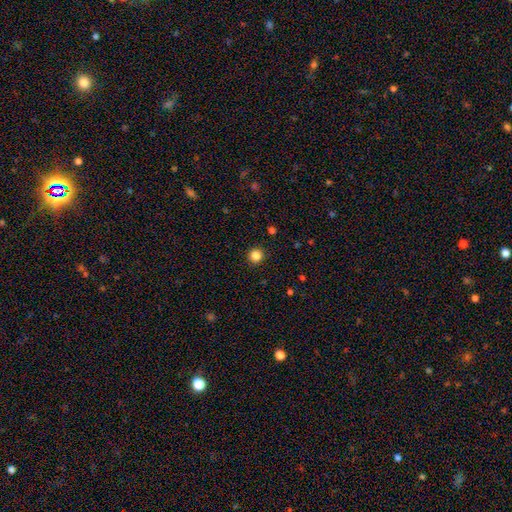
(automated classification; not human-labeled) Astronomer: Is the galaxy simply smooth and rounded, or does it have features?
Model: smooth — 85%.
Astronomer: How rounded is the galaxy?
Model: round — 95%.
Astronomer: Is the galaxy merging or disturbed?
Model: none — 92%.